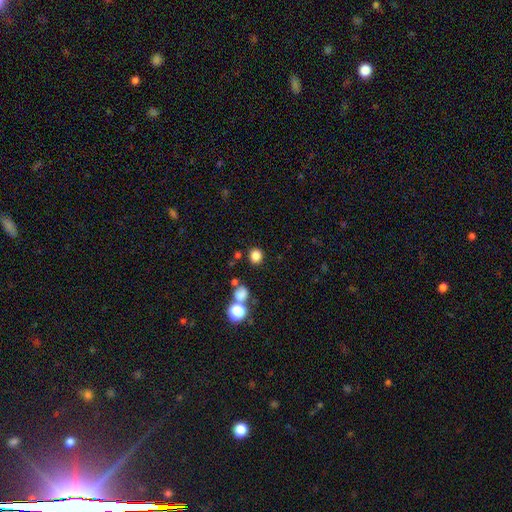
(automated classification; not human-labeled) Smooth or featured? smooth (82%)
How rounded? round (87%)
Merging? none (84%)